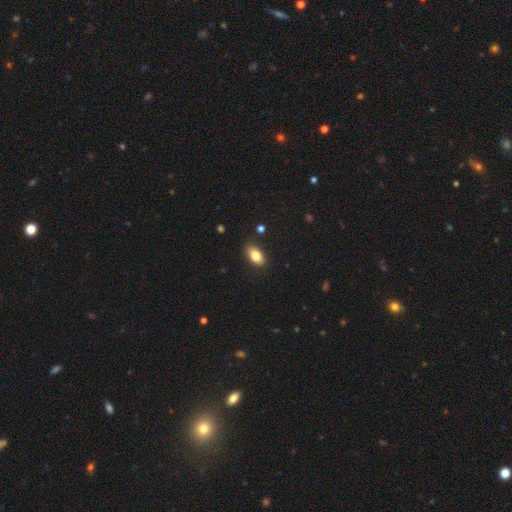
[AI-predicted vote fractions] smooth 84%, featured or disk 8%, star or artifact 8%. Down the decision tree: how rounded — in between (91%); merging — none (85%).